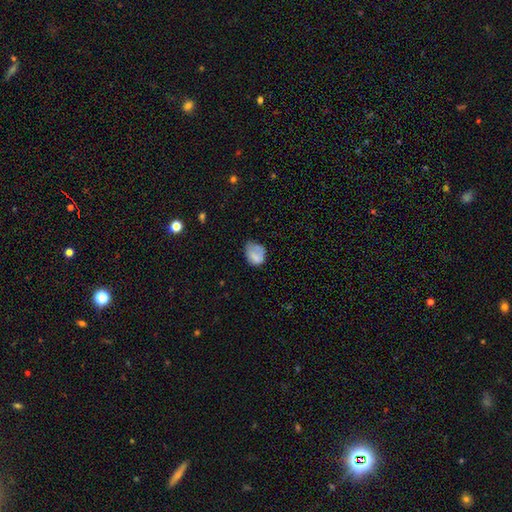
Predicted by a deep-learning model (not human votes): smooth 74%, featured or disk 16%, star or artifact 9%. Down the decision tree: how rounded — in between (59%); merging — minor disturbance (40%).